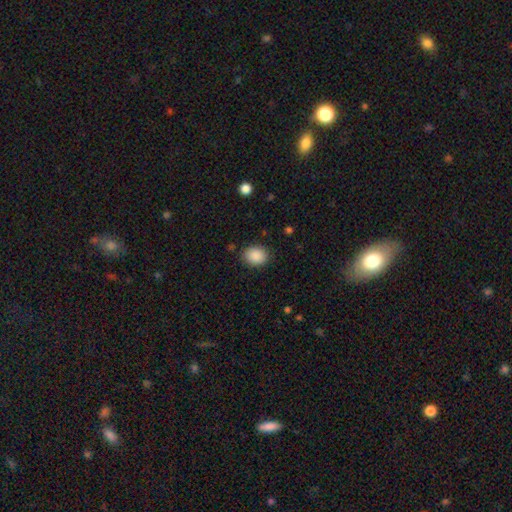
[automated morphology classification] Smooth or featured? smooth (89%)
How rounded? in between (52%)
Merging? none (86%)